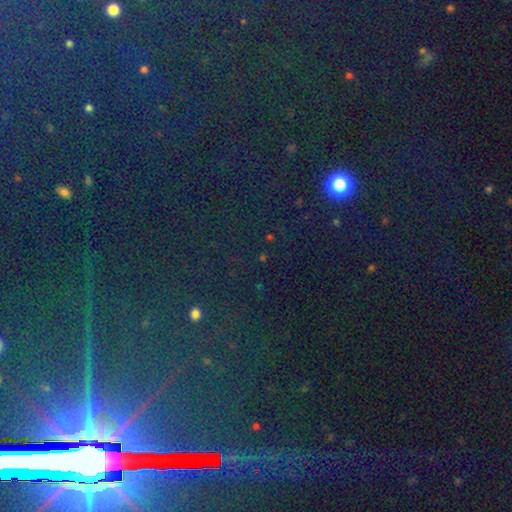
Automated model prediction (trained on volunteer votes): Smooth or featured: star or artifact — 82% (smooth — 11%)